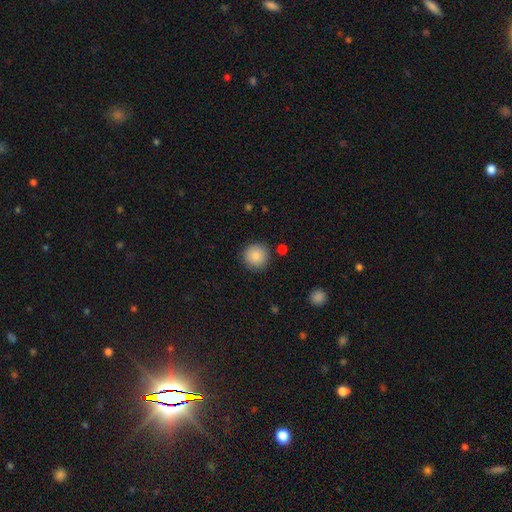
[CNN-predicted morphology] smooth-or-featured: smooth: 87% | star or artifact: 8% | featured or disk: 5%
  how-rounded: round: 95% | in between: 4% | cigar-shaped: 1%
  merging: none: 89% | minor disturbance: 7% | major disturbance: 2% | merger: 2%